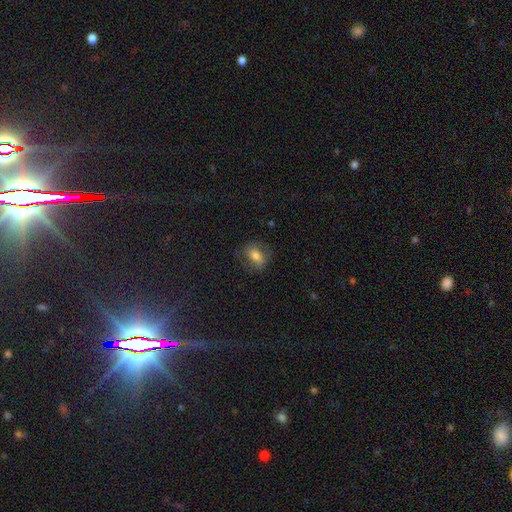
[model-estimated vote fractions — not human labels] Smooth or featured? Predicted: smooth (p=0.65). How rounded? Predicted: in between (p=0.67). Merging? Predicted: none (p=0.72).